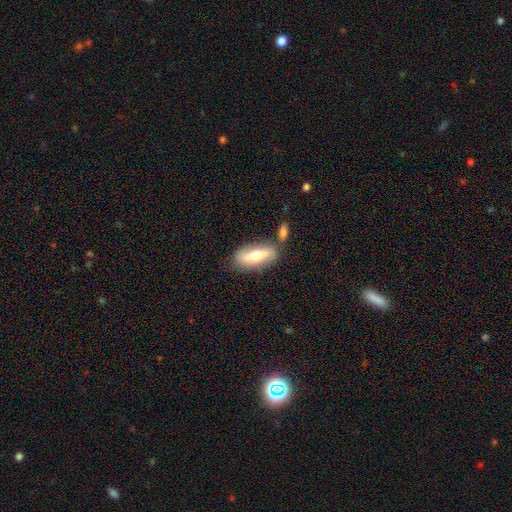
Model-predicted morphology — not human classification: Q: Smooth or featured?
A: smooth (55%); runner-up: featured or disk (39%)
Q: How rounded?
A: in between (73%); runner-up: cigar-shaped (24%)
Q: Merging?
A: none (68%); runner-up: minor disturbance (15%)